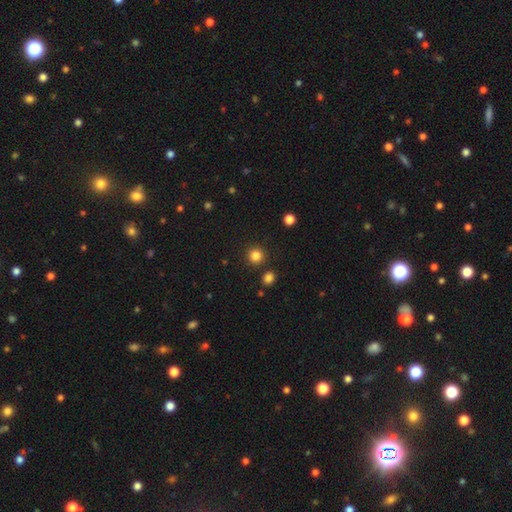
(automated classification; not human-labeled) Morphology: type=smooth (84%); roundness=round (93%); merging=none (88%).